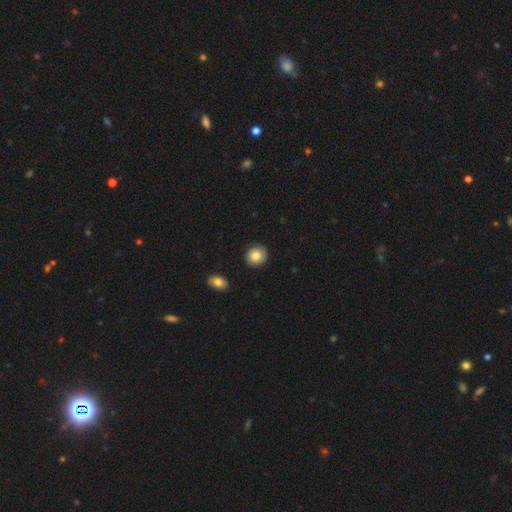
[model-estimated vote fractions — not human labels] Smooth or featured? Predicted: smooth (p=0.78). How rounded? Predicted: round (p=0.81). Merging? Predicted: none (p=0.84).